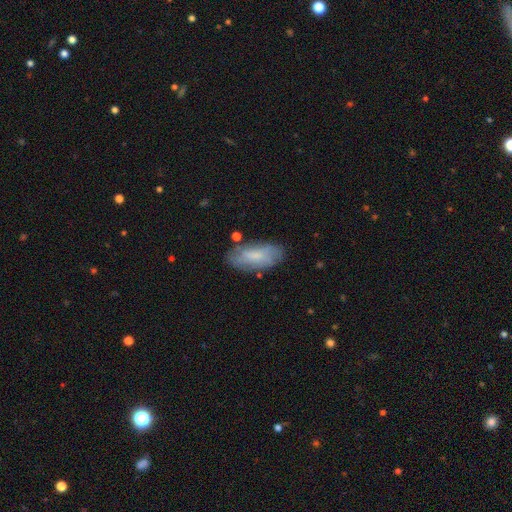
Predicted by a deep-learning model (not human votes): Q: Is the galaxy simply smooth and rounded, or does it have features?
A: smooth — 65%.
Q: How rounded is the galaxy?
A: in between — 86%.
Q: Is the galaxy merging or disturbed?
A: none — 73%.